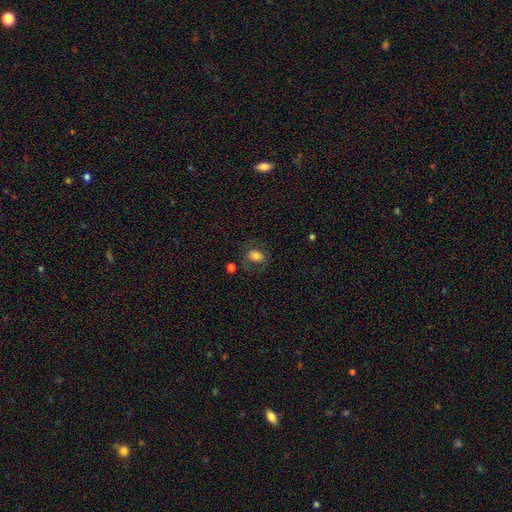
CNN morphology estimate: type=smooth (73%); roundness=in between (72%); merging=none (65%).